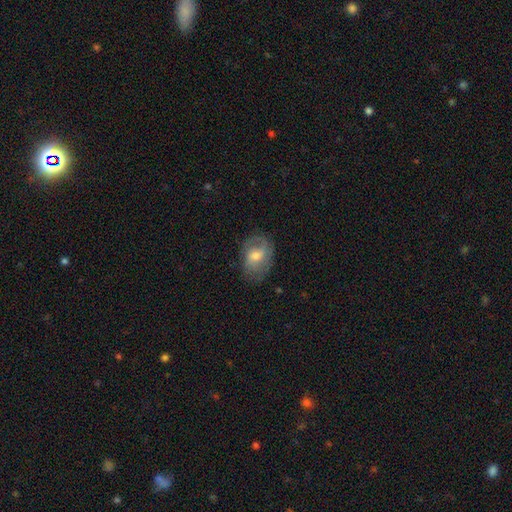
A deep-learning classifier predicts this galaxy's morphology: Smooth or featured: featured or disk — 50% (smooth — 43%)
Merging: none — 64% (minor disturbance — 24%)